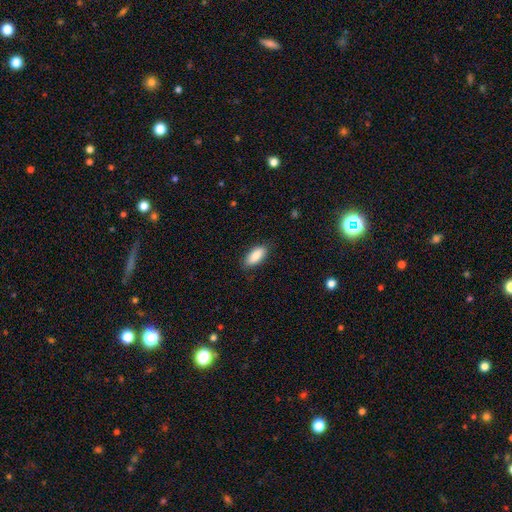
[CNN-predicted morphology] Q: Smooth or featured?
A: smooth (88%); runner-up: star or artifact (6%)
Q: How rounded?
A: in between (87%); runner-up: cigar-shaped (11%)
Q: Merging?
A: none (86%); runner-up: minor disturbance (11%)